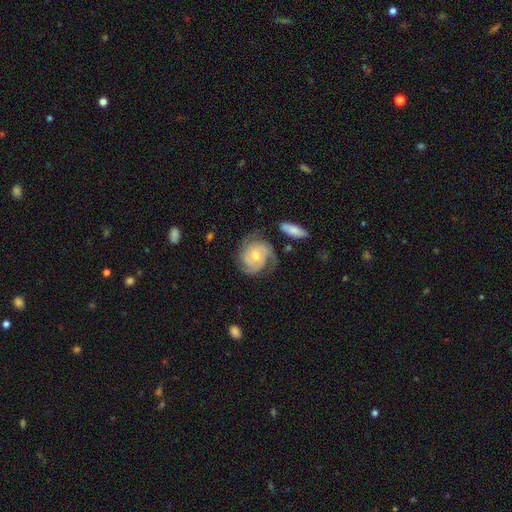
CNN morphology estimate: featured or disk 85%, smooth 9%, star or artifact 6%. Down the decision tree: edge-on disk — no (97%); bar — no (73%); spiral arms — yes (97%); spiral arm count — 2 (40%); spiral winding — tight (67%); bulge size — moderate (54%); merging — none (71%).